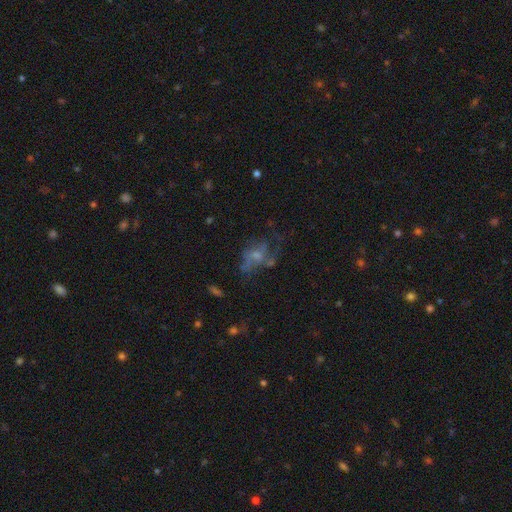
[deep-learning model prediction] Morphology: type=featured or disk (51%); edge-on=no (96%); merging=major disturbance (41%).